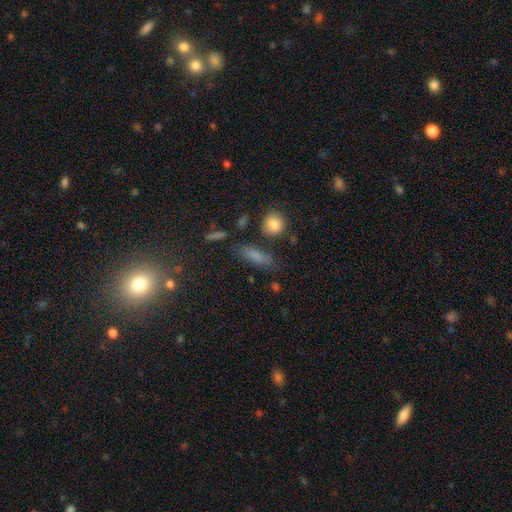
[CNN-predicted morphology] smooth-or-featured: smooth: 74% | featured or disk: 14% | star or artifact: 12%
  how-rounded: cigar-shaped: 47% | in between: 46% | round: 7%
  merging: none: 73% | minor disturbance: 16% | merger: 6% | major disturbance: 5%